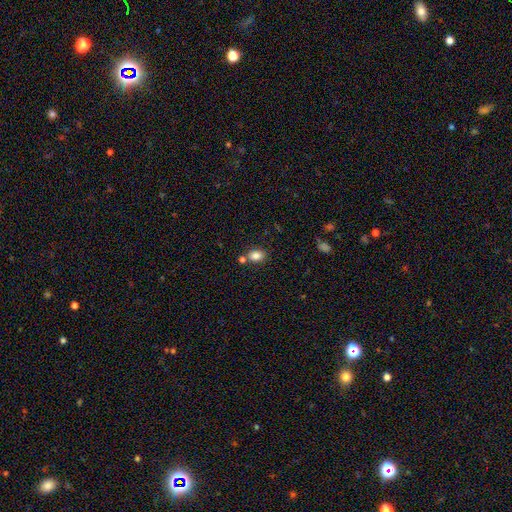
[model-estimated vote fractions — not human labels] Smooth or featured?
  - smooth: 84% *
  - star or artifact: 10%
  - featured or disk: 6%
How rounded?
  - in between: 72% *
  - round: 27%
  - cigar-shaped: 1%
Merging?
  - none: 69% *
  - merger: 17%
  - minor disturbance: 11%
  - major disturbance: 3%